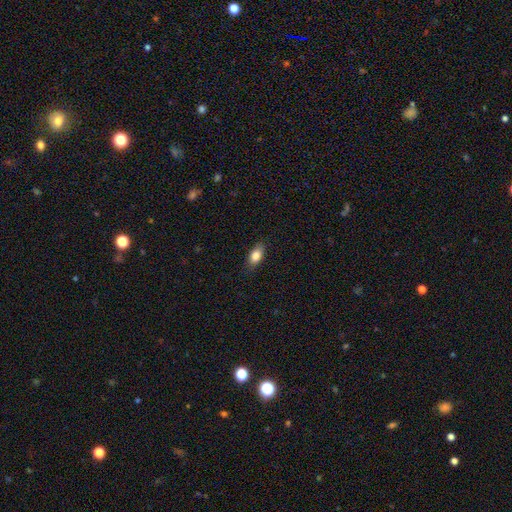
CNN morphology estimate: smooth 83%, featured or disk 9%, star or artifact 7%. Down the decision tree: how rounded — in between (86%); merging — none (84%).